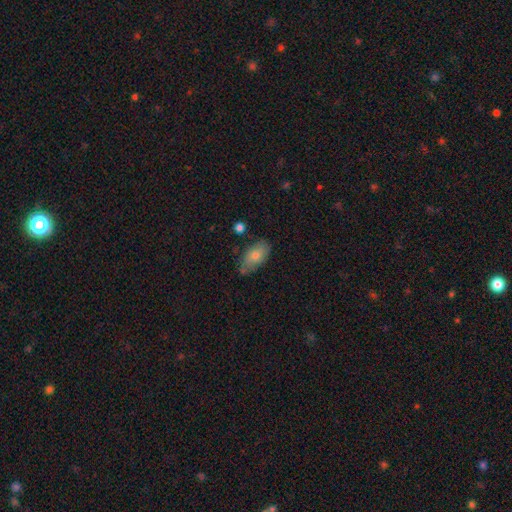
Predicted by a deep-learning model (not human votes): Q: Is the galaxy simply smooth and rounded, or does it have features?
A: smooth — 75%.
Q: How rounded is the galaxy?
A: in between — 92%.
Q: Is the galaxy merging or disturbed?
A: none — 68%.